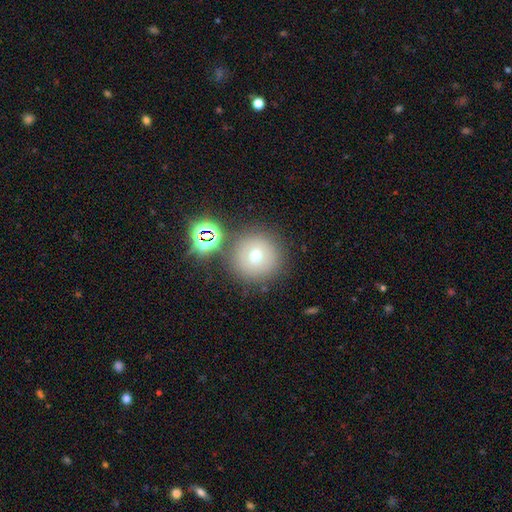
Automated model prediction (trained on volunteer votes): This is likely a smooth galaxy (64%). How rounded: clearly round (95%). Merging: likely none (80%).